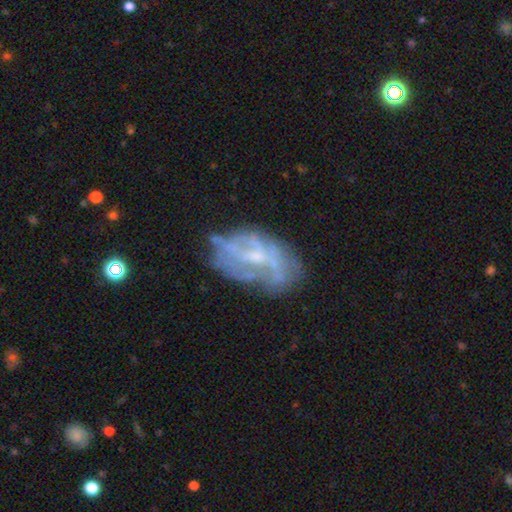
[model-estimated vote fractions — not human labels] smooth_or_featured: featured or disk (p=0.70) [alt: smooth p=0.20]
disk_edge_on: no (p=0.96) [alt: yes p=0.04]
bar: no (p=0.56) [alt: weak p=0.35]
has_spiral_arms: no (p=0.61) [alt: yes p=0.39]
bulge_size: small (p=0.46) [alt: moderate p=0.26]
merging: none (p=0.48) [alt: minor disturbance p=0.25]